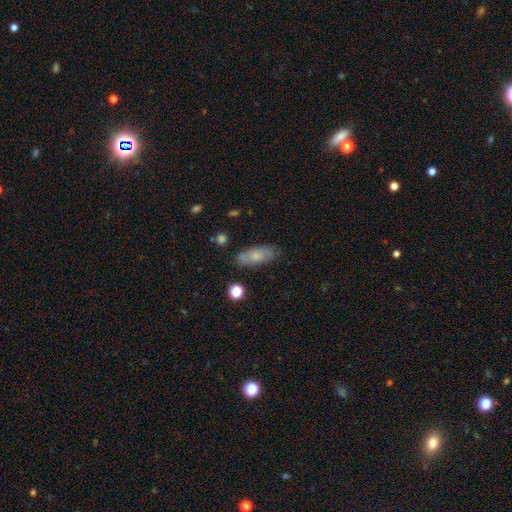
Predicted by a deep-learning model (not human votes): smooth_or_featured: smooth (p=0.69) [alt: featured or disk p=0.24]
how_rounded: in between (p=0.71) [alt: cigar-shaped p=0.26]
merging: none (p=0.81) [alt: minor disturbance p=0.14]